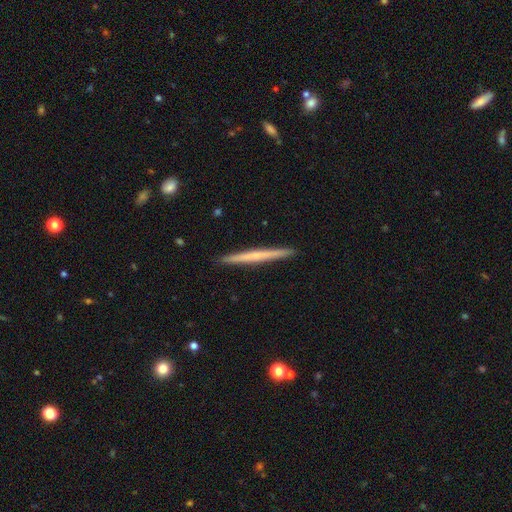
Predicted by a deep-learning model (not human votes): smooth-or-featured: featured or disk: 50% | smooth: 44% | star or artifact: 6%
  disk-edge-on: yes: 98% | no: 2%
  merging: none: 93% | minor disturbance: 5% | major disturbance: 1% | merger: 1%